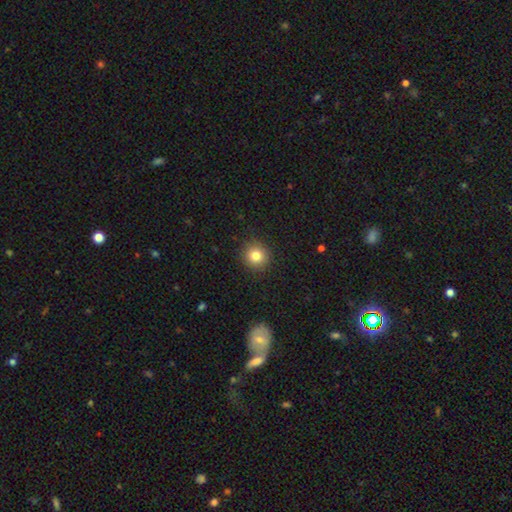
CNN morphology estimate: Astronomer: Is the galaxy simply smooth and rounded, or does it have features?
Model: smooth — 82%.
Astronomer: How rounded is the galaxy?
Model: round — 93%.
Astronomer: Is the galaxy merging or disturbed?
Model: none — 90%.